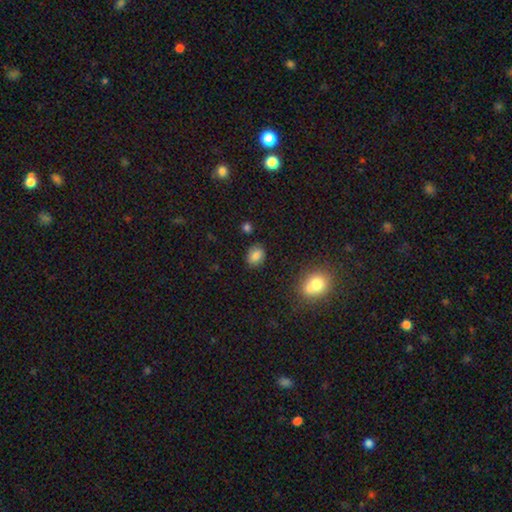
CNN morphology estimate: Smooth or featured? smooth (82%)
How rounded? in between (53%)
Merging? none (85%)